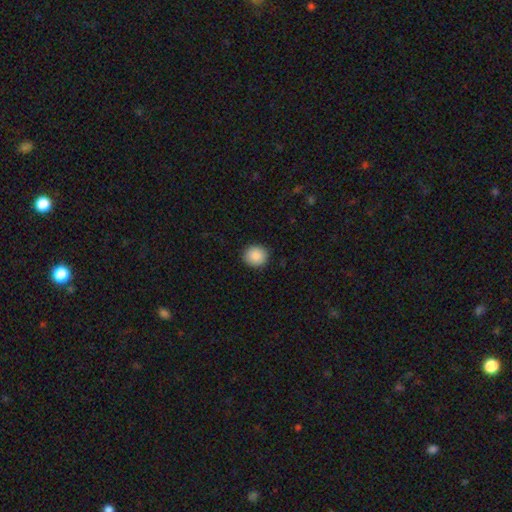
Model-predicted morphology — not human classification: This appears to be a smooth galaxy with no disk features (89%) that is round (89%). Merging: none (91%).